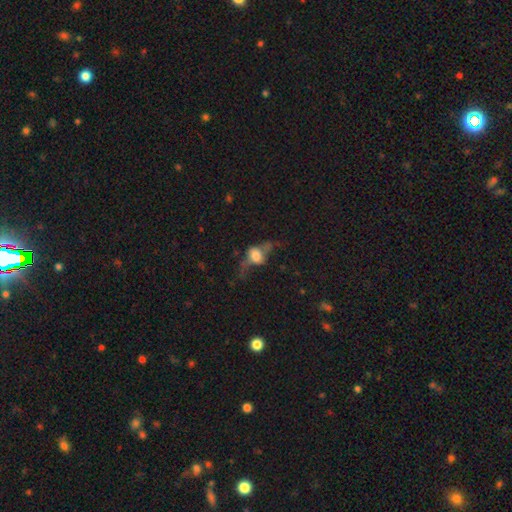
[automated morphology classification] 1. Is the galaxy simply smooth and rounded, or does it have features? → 46% featured or disk, 43% smooth, 11% star or artifact.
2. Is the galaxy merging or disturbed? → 42% major disturbance, 33% none, 19% minor disturbance, 5% merger.